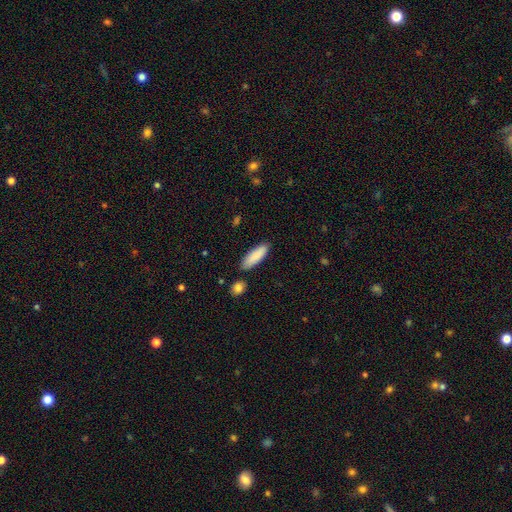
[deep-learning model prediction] This appears to be a smooth galaxy with no disk features (88%) that is in between round and cigar-shaped (51%). Merging: none (84%).